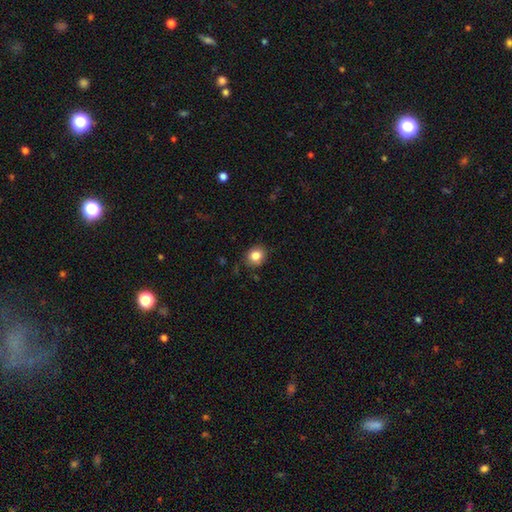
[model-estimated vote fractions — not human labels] Smooth or featured: smooth — 83% (star or artifact — 10%)
How rounded: round — 72% (in between — 27%)
Merging: none — 86% (minor disturbance — 11%)